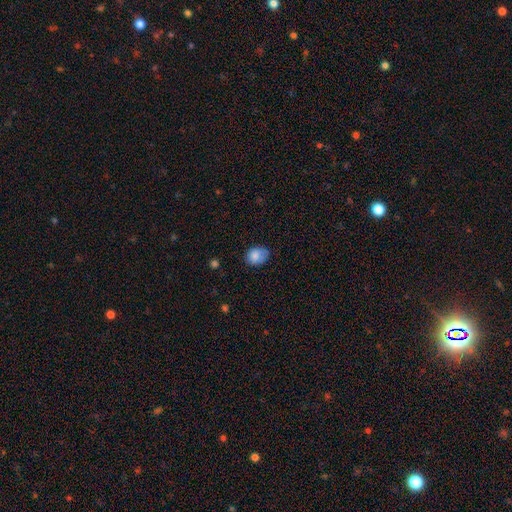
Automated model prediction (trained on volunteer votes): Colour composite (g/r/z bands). It shows a smooth galaxy with no disk features (82%) that is in between round and cigar-shaped (50%). Merging: none (64%).